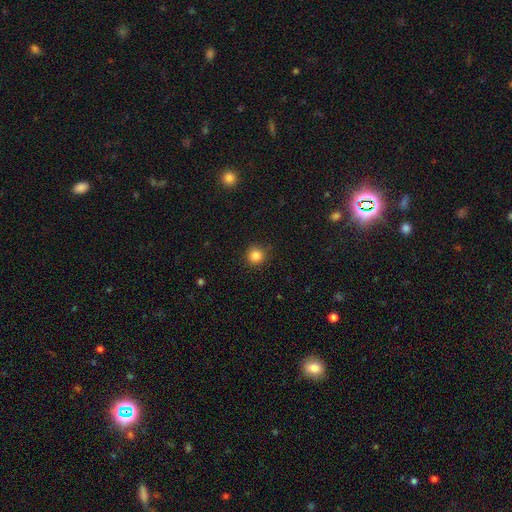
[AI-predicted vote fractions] Morphology: type=smooth (85%); roundness=round (94%); merging=none (89%).